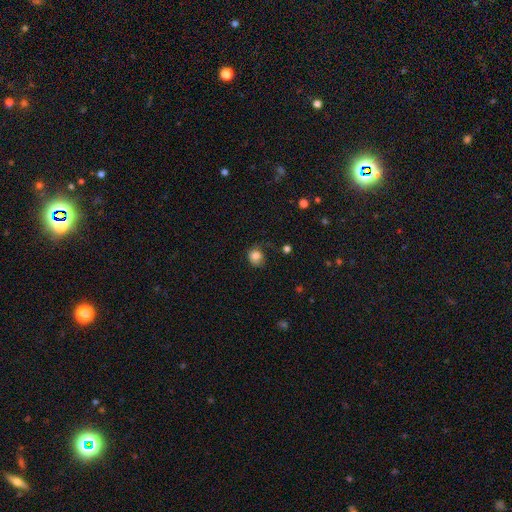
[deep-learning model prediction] A smooth galaxy with no disk features (83%) that is round (73%).

Vote fractions:
- Smooth or featured? smooth: 83% / star or artifact: 10% / featured or disk: 7%
- How rounded? round: 73% / in between: 26% / cigar-shaped: 1%
- Merging? none: 58% / minor disturbance: 28% / major disturbance: 12% / merger: 2%